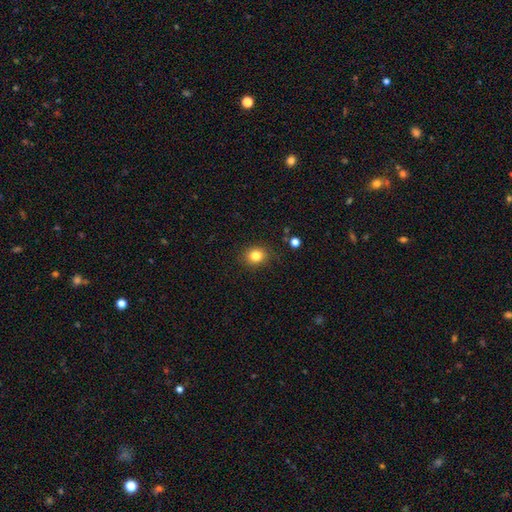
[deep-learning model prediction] smooth 83%, star or artifact 11%, featured or disk 6%. Down the decision tree: how rounded — round (73%); merging — none (86%).